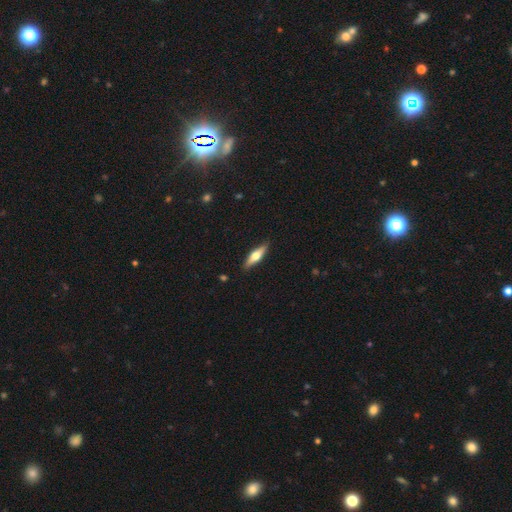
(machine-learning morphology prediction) featured or disk 50%, smooth 45%, star or artifact 6%. Down the decision tree: merging — none (89%).